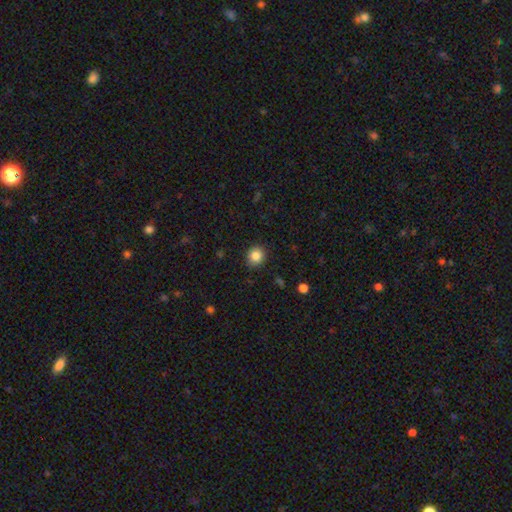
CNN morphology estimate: A smooth galaxy with no disk features (85%) that is round (84%).

Vote fractions:
- Smooth or featured? smooth: 85% / star or artifact: 10% / featured or disk: 5%
- How rounded? round: 84% / in between: 15% / cigar-shaped: 1%
- Merging? none: 90% / minor disturbance: 7% / major disturbance: 2% / merger: 1%